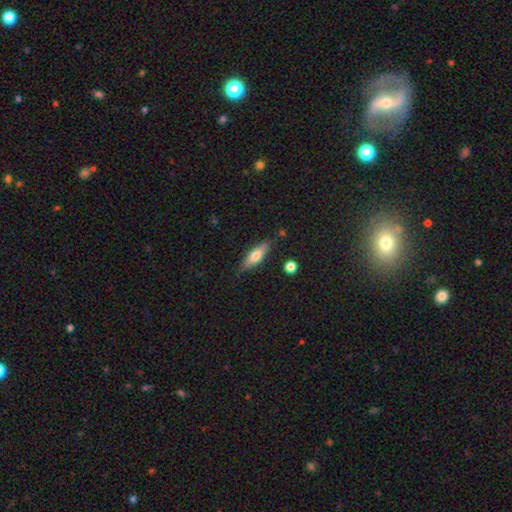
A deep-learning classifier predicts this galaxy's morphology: The model was most divided on "how rounded": cigar-shaped: 57%, in between: 41%, round: 2%. More confident: merging — none (80%); smooth or featured — smooth (56%).